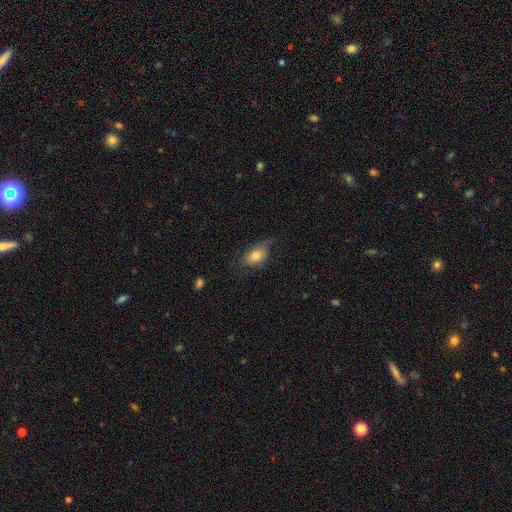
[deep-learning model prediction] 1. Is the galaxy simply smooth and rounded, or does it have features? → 77% smooth, 15% featured or disk, 7% star or artifact.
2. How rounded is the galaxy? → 89% in between, 7% round, 4% cigar-shaped.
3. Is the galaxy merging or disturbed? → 55% none, 31% minor disturbance, 12% major disturbance, 2% merger.